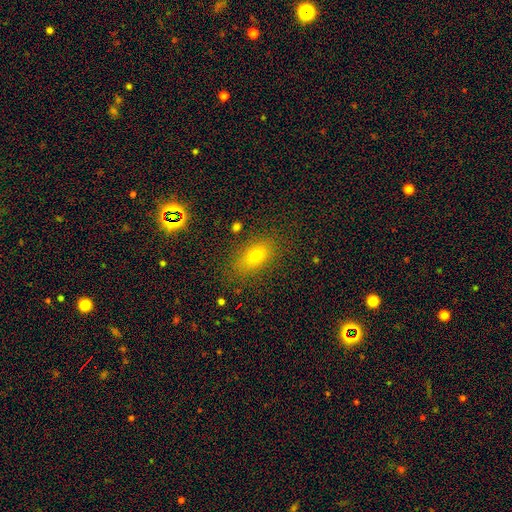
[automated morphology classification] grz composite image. It shows a smooth galaxy with no disk features (74%) that is in between round and cigar-shaped (81%). Merging: none (82%).